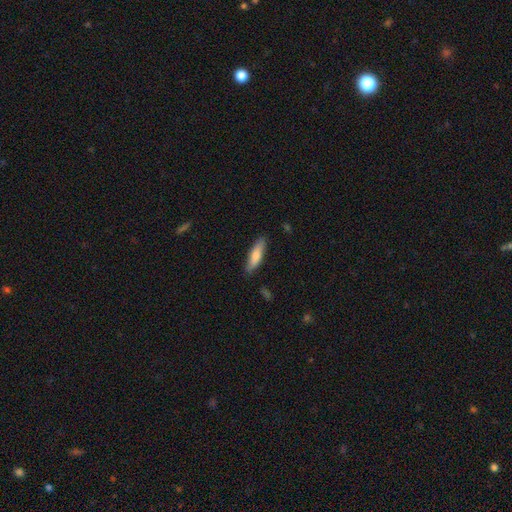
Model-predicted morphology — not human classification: smooth 78%, featured or disk 16%, star or artifact 6%. Down the decision tree: how rounded — cigar-shaped (61%); merging — none (84%).